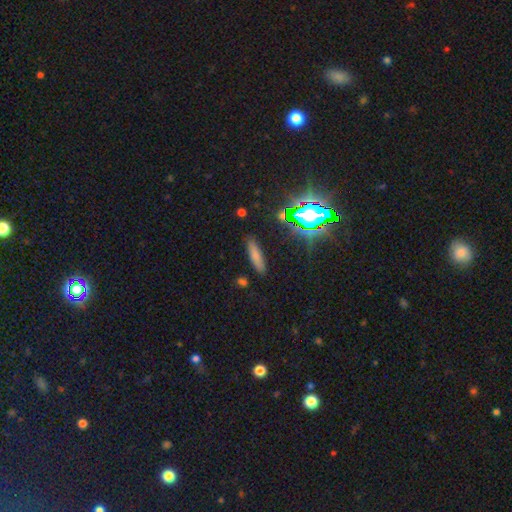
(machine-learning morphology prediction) smooth 69%, star or artifact 16%, featured or disk 15%. Down the decision tree: how rounded — cigar-shaped (73%); merging — none (87%).